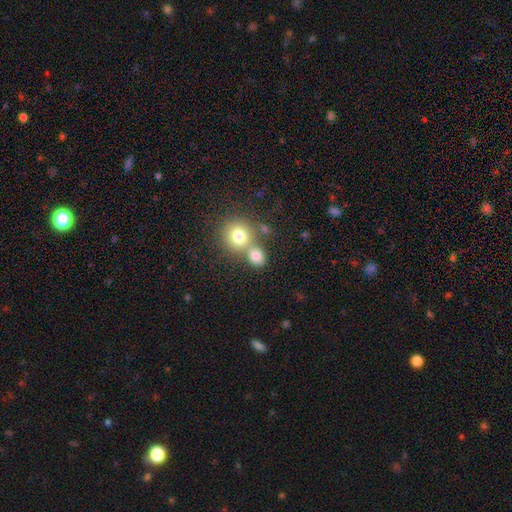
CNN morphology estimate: A smooth galaxy with no disk features (79%) that is round (66%).

Vote fractions:
- Smooth or featured? smooth: 79% / star or artifact: 12% / featured or disk: 9%
- How rounded? round: 66% / in between: 33% / cigar-shaped: 1%
- Merging? none: 48% / merger: 39% / minor disturbance: 9% / major disturbance: 4%